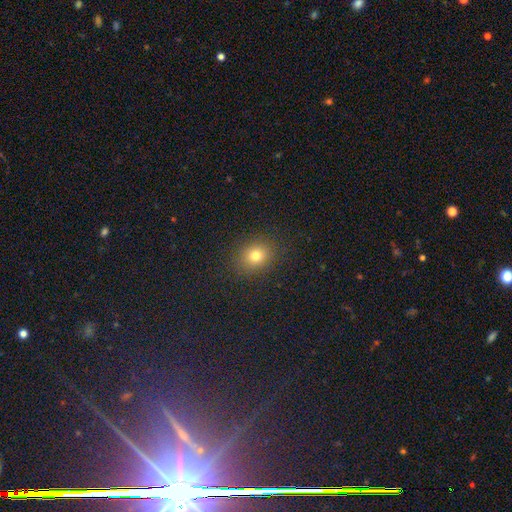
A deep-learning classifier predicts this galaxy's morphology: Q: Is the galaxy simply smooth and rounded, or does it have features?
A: smooth — 77%.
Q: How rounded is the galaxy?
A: round — 71%.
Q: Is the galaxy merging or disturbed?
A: none — 88%.